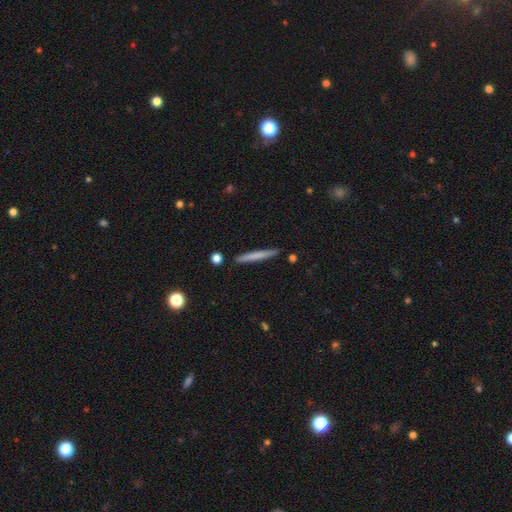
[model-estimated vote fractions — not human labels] smooth_or_featured: smooth (p=0.66) [alt: featured or disk p=0.29]
how_rounded: cigar-shaped (p=0.97) [alt: in between p=0.02]
merging: none (p=0.89) [alt: minor disturbance p=0.07]